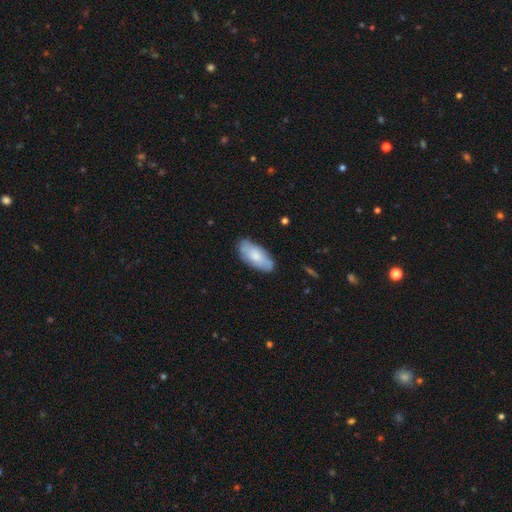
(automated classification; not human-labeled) Q: Smooth or featured?
A: smooth (69%); runner-up: featured or disk (25%)
Q: How rounded?
A: in between (90%); runner-up: cigar-shaped (8%)
Q: Merging?
A: none (77%); runner-up: minor disturbance (18%)